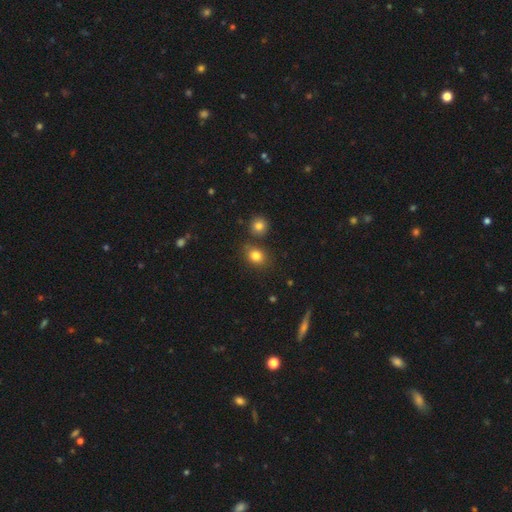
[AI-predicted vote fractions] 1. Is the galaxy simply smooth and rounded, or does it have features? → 81% smooth, 12% star or artifact, 7% featured or disk.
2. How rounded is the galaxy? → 58% round, 40% in between, 1% cigar-shaped.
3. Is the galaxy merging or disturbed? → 75% none, 11% minor disturbance, 11% merger, 3% major disturbance.